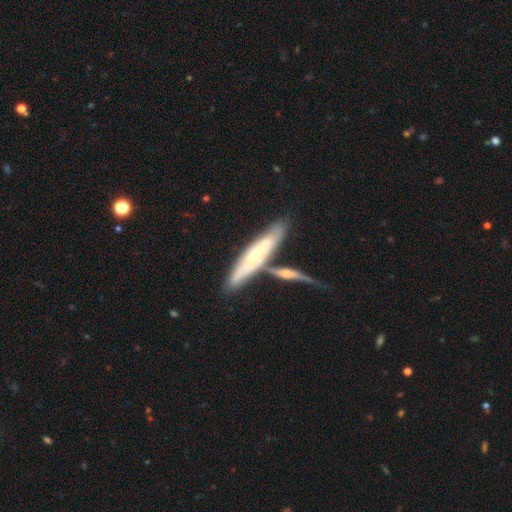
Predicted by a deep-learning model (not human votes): Q: Smooth or featured?
A: featured or disk (60%); runner-up: smooth (33%)
Q: Edge-on disk?
A: yes (65%); runner-up: no (35%)
Q: Merging?
A: none (55%); runner-up: merger (27%)